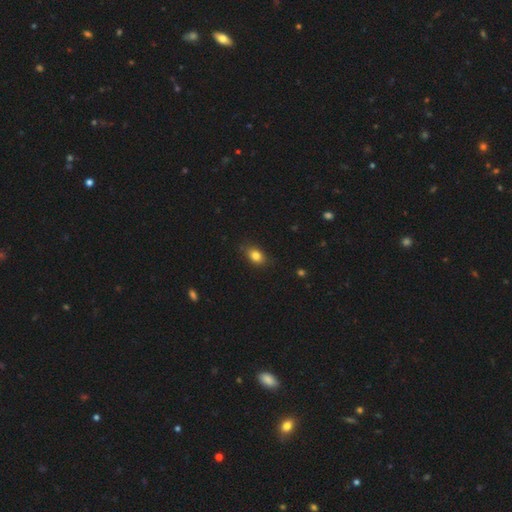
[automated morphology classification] Overall: smooth (83%). How rounded: in between (76%). Merging: none (80%).